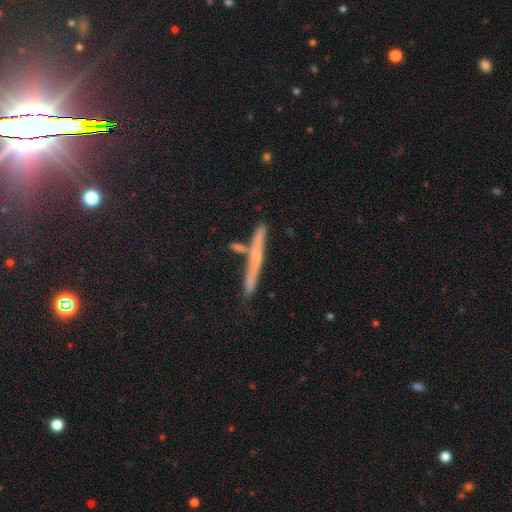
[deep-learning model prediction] The model was most divided on "smooth or featured": featured or disk: 52%, smooth: 37%, star or artifact: 10%. More confident: edge-on disk — yes (95%); merging — none (76%).